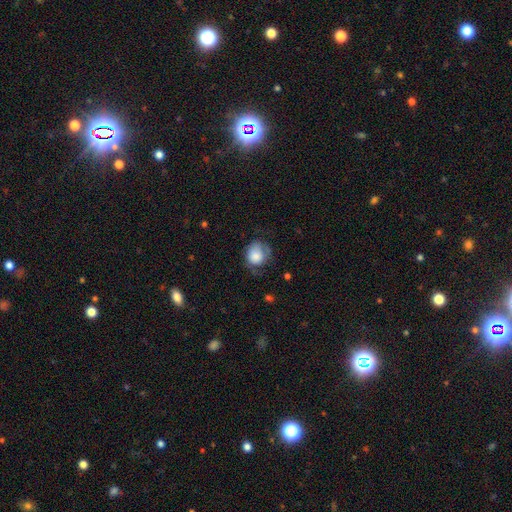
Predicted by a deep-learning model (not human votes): Overall: smooth (76%). How rounded: round (72%). Merging: none (44%; minor disturbance 33%).